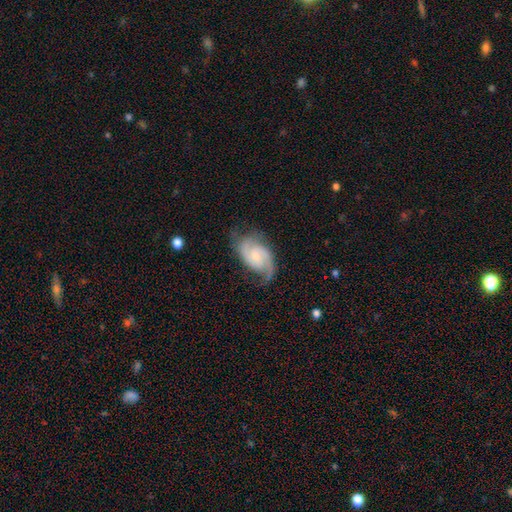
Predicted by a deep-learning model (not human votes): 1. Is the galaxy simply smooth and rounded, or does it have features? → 86% featured or disk, 9% smooth, 5% star or artifact.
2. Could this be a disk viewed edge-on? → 97% no, 3% yes.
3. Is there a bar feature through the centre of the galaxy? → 56% no, 37% weak, 6% strong.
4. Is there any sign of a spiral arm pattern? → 97% yes, 3% no.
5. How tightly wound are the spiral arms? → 52% medium, 30% tight, 18% loose.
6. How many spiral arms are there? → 84% 2, 5% can't tell, 5% 3, 3% 1, 1% 4, 1% more than 4.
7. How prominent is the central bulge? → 61% small, 32% moderate, 5% none, 2% large, 1% dominant.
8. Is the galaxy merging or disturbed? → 70% none, 20% minor disturbance, 9% major disturbance, 1% merger.